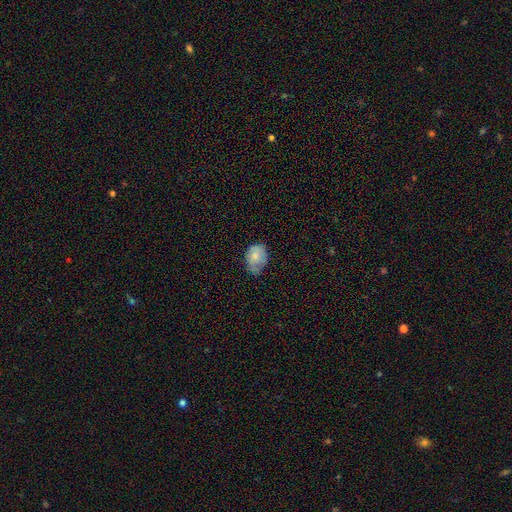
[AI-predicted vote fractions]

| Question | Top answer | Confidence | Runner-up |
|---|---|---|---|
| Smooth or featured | smooth | 72% | featured or disk (21%) |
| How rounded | in between | 68% | round (30%) |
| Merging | none | 45% | minor disturbance (41%) |